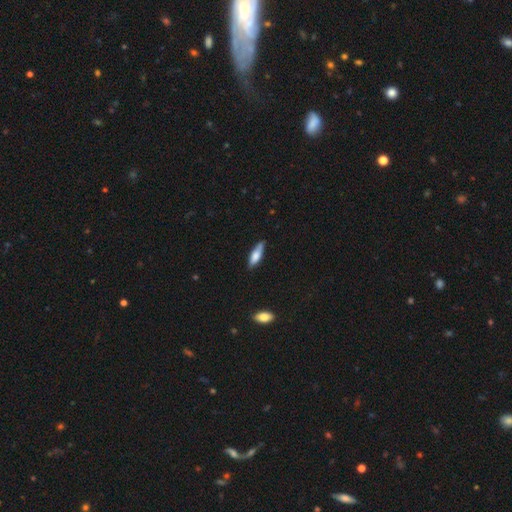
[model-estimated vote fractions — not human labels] Smooth or featured?
  - smooth: 69% *
  - featured or disk: 26%
  - star or artifact: 6%
How rounded?
  - cigar-shaped: 53% *
  - in between: 45%
  - round: 2%
Merging?
  - none: 73% *
  - minor disturbance: 22%
  - major disturbance: 3%
  - merger: 2%